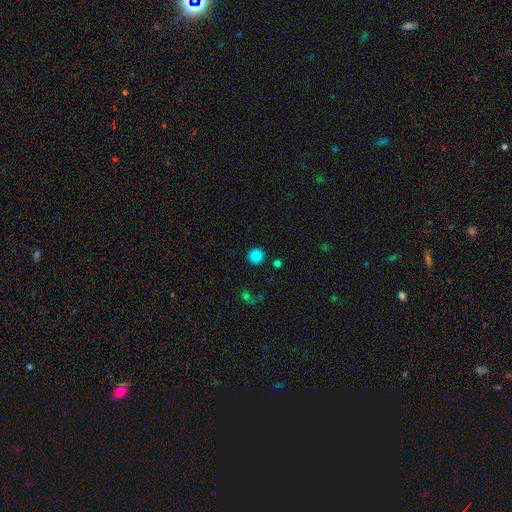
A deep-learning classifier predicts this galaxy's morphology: smooth-or-featured: smooth: 84% | star or artifact: 12% | featured or disk: 3%
  how-rounded: round: 93% | in between: 6% | cigar-shaped: 1%
  merging: none: 88% | minor disturbance: 7% | merger: 3% | major disturbance: 2%